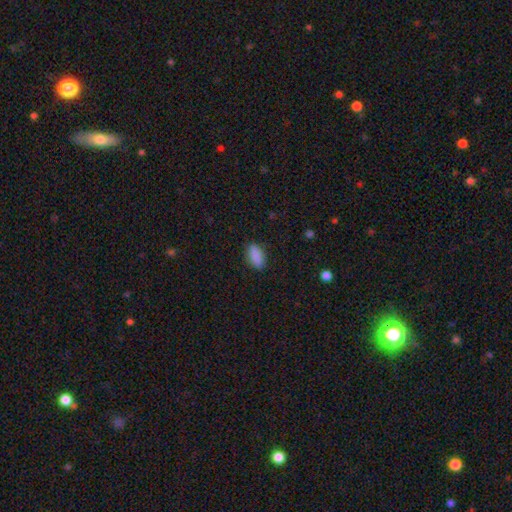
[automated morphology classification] Smooth or featured? smooth (89%)
How rounded? in between (90%)
Merging? none (86%)